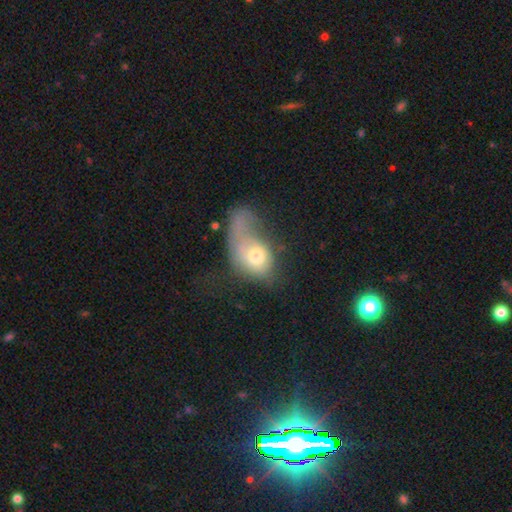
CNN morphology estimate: A smooth galaxy with no disk features (64%) that is in between round and cigar-shaped (72%). Merging: major disturbance (61%).